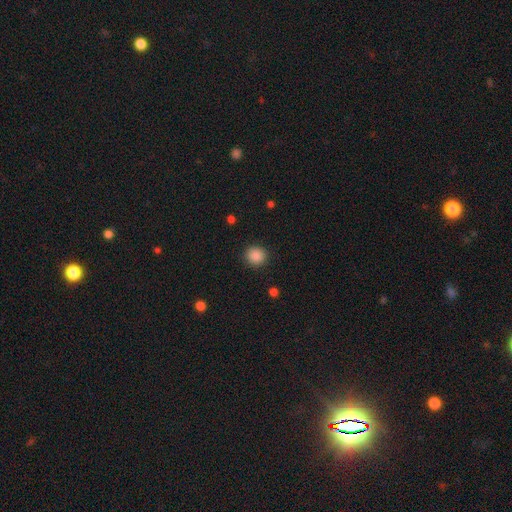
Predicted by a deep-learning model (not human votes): A smooth galaxy with no disk features (88%) that is round (90%). Merging: none (90%).